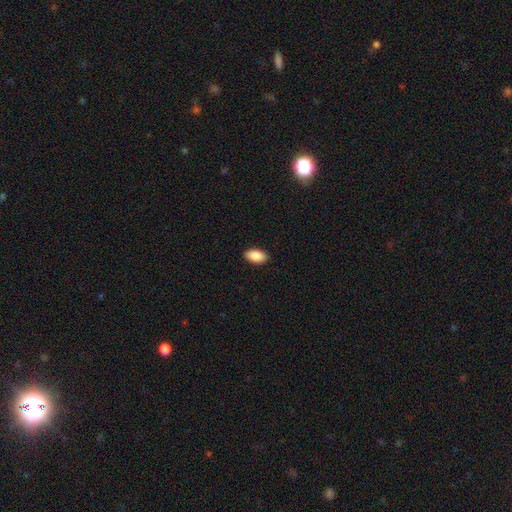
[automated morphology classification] A smooth galaxy with no disk features (89%) that is in between round and cigar-shaped (94%). Merging: none (90%).